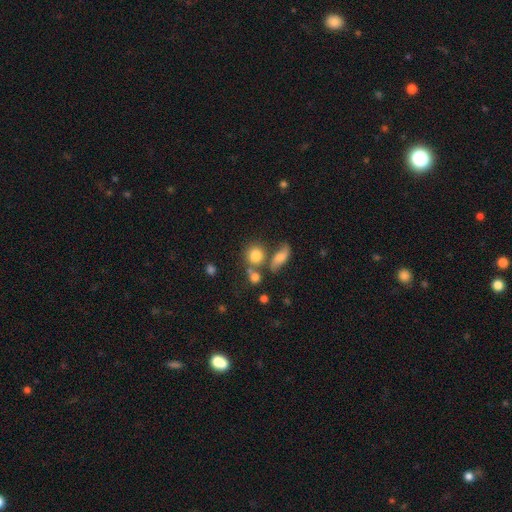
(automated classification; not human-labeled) This appears to be a smooth galaxy with no disk features (80%) that is round (79%). Merging: none (54%).